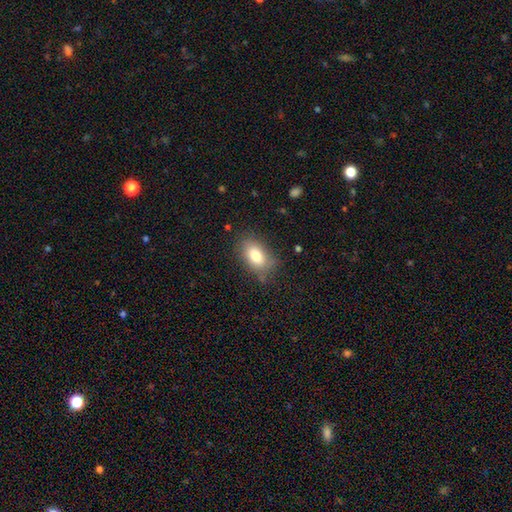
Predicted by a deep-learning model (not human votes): smooth 80%, featured or disk 12%, star or artifact 8%. Down the decision tree: how rounded — in between (89%); merging — none (77%).